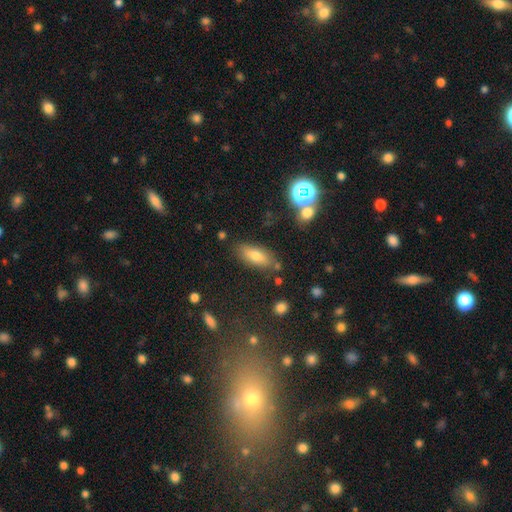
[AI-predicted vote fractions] Overall: smooth (70%). How rounded: in between (75%). Merging: none (78%).